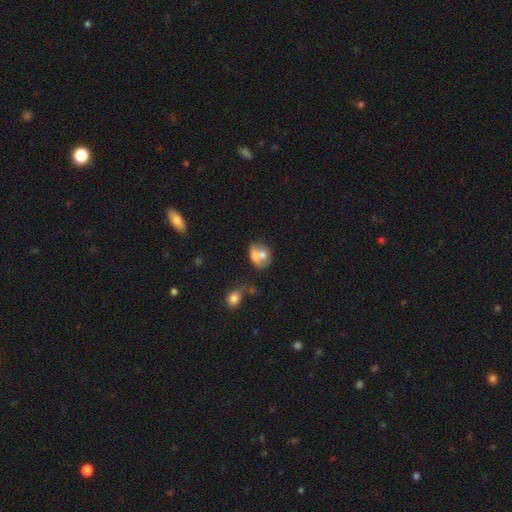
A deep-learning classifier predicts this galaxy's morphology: A smooth galaxy with no disk features (62%) that is in between round and cigar-shaped (51%). Merging: merger (60%).